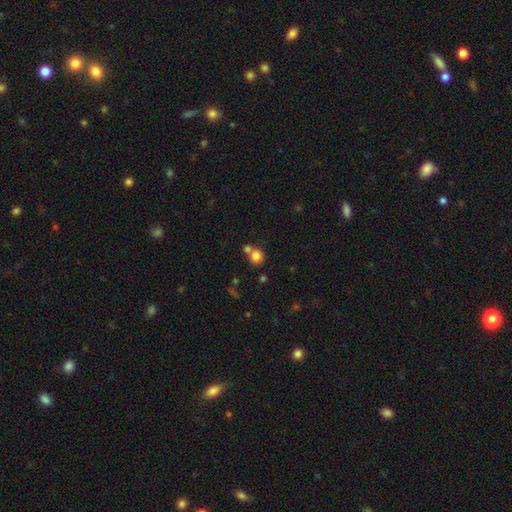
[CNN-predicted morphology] Overall: smooth (82%). How rounded: round (87%). Merging: none (55%; merger 33%).